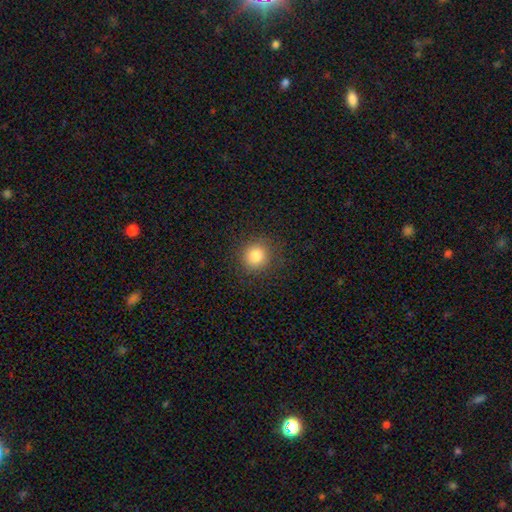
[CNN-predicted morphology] Smooth or featured?
  - smooth: 84% *
  - star or artifact: 11%
  - featured or disk: 5%
How rounded?
  - round: 90% *
  - in between: 9%
  - cigar-shaped: 1%
Merging?
  - none: 88% *
  - minor disturbance: 8%
  - major disturbance: 3%
  - merger: 1%